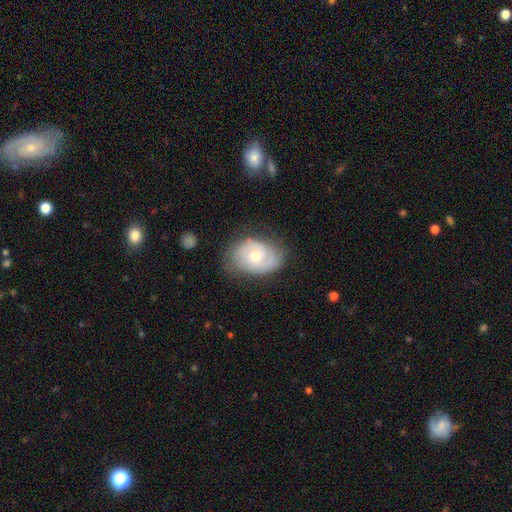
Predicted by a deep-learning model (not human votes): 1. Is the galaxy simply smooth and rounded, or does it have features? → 73% featured or disk, 21% smooth, 6% star or artifact.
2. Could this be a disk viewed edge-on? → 96% no, 4% yes.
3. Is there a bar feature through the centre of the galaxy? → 66% no, 30% weak, 4% strong.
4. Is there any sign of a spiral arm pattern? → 90% yes, 10% no.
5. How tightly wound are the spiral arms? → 51% tight, 37% medium, 12% loose.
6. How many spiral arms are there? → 63% 2, 20% can't tell, 9% 3, 4% 1, 2% 4, 2% more than 4.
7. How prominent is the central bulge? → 58% moderate, 38% small, 2% large, 1% none, 1% dominant.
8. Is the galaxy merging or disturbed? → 73% none, 20% minor disturbance, 6% major disturbance, 1% merger.